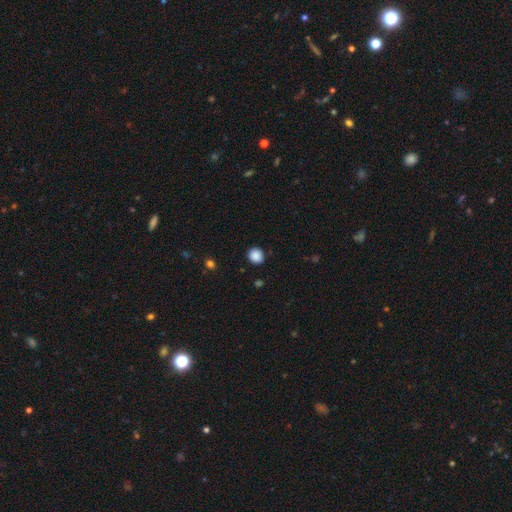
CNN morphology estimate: Smooth or featured? Predicted: smooth (p=0.88). How rounded? Predicted: round (p=0.87). Merging? Predicted: none (p=0.90).